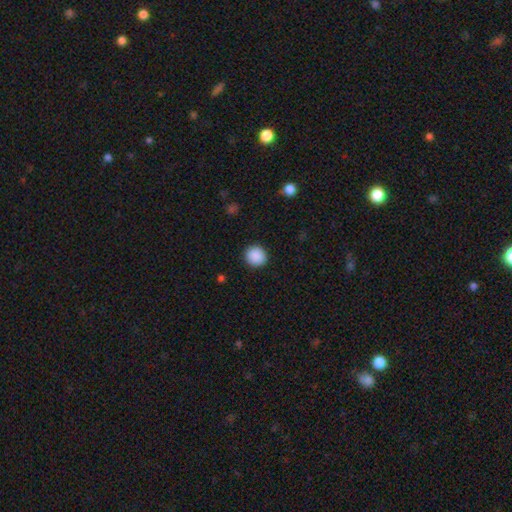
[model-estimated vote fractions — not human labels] smooth_or_featured: smooth (p=0.90) [alt: star or artifact p=0.08]
how_rounded: round (p=0.90) [alt: in between p=0.09]
merging: none (p=0.91) [alt: minor disturbance p=0.06]